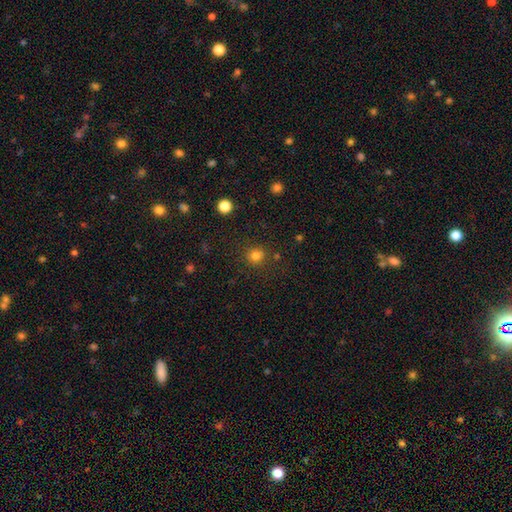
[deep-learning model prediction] This appears to be a smooth galaxy with no disk features (80%) that is round (87%). Merging: none (85%).